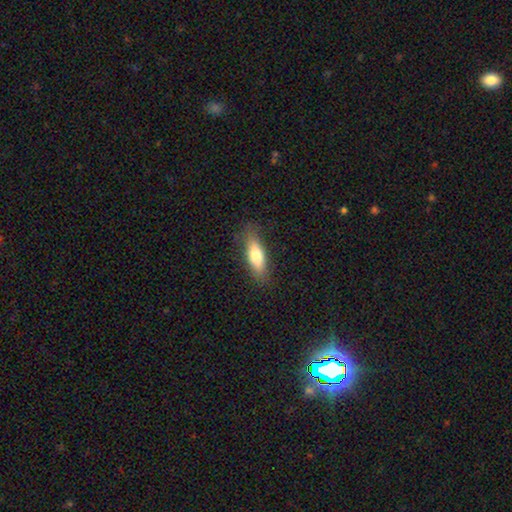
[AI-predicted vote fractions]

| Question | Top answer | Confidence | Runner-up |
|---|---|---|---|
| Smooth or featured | smooth | 74% | featured or disk (19%) |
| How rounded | in between | 54% | cigar-shaped (44%) |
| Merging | none | 81% | minor disturbance (14%) |